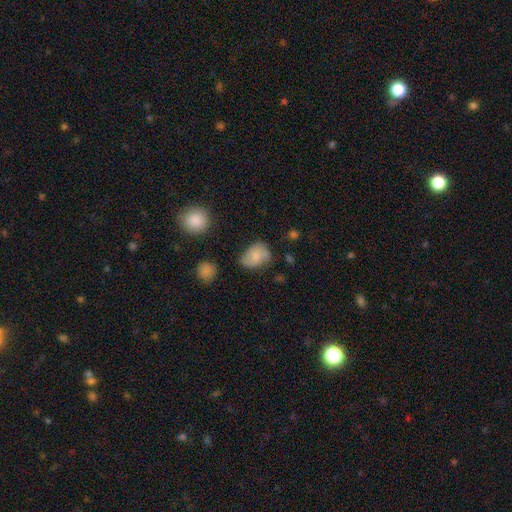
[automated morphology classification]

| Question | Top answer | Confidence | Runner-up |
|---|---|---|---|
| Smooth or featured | smooth | 64% | featured or disk (27%) |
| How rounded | in between | 71% | round (28%) |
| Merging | none | 54% | minor disturbance (30%) |